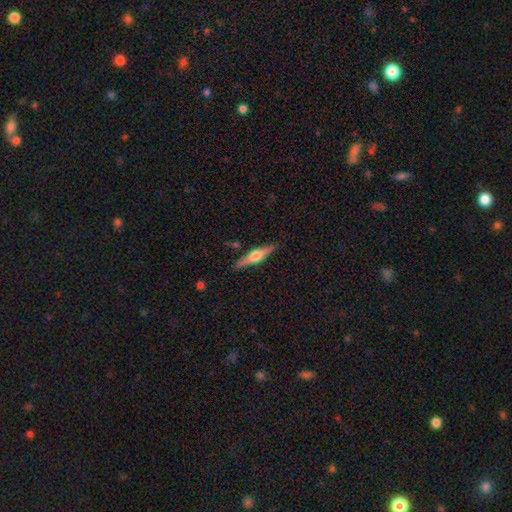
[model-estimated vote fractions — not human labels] The model was most divided on "smooth or featured": featured or disk: 70%, smooth: 25%, star or artifact: 6%. More confident: edge-on disk — yes (97%); edge-on bulge — rounded (92%); merging — none (88%).